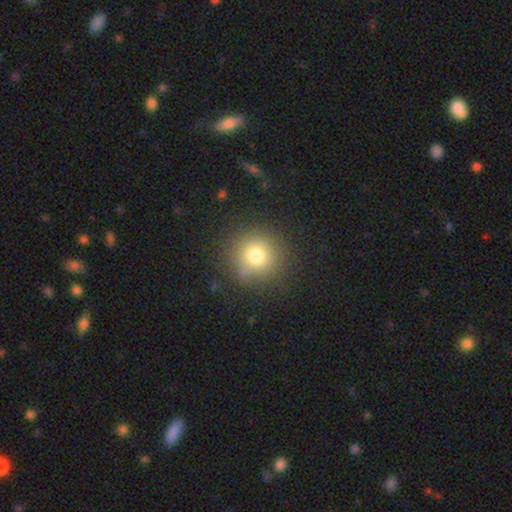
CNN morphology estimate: smooth-or-featured: smooth: 76% | star or artifact: 15% | featured or disk: 9%
  how-rounded: round: 93% | in between: 6% | cigar-shaped: 1%
  merging: none: 86% | minor disturbance: 8% | major disturbance: 3% | merger: 2%